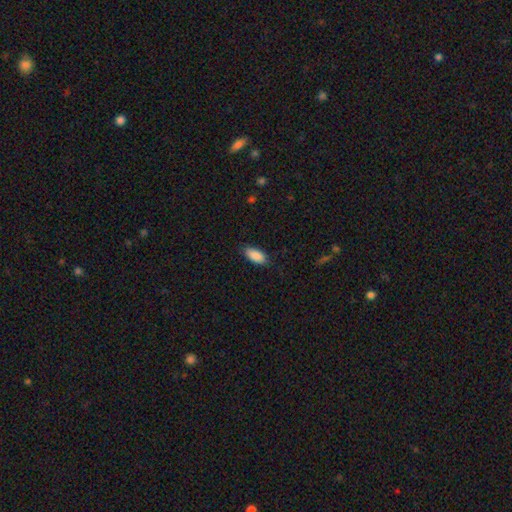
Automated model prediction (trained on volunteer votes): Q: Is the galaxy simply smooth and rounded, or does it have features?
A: smooth — 89%.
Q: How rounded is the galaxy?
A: in between — 89%.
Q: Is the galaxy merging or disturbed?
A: none — 84%.